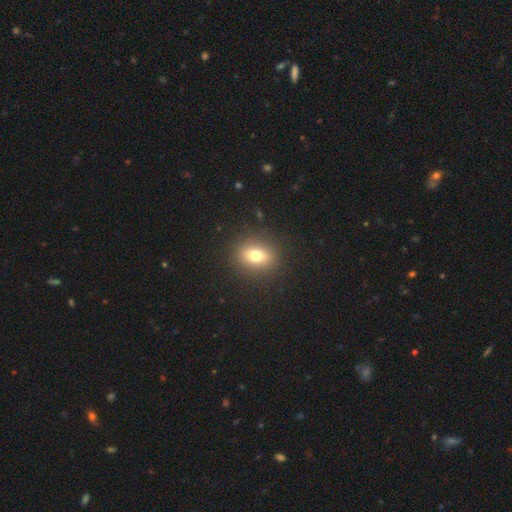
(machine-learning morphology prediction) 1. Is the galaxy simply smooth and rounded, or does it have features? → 74% smooth, 14% featured or disk, 12% star or artifact.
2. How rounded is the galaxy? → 50% in between, 48% round, 2% cigar-shaped.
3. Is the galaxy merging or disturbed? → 89% none, 7% minor disturbance, 3% major disturbance, 1% merger.